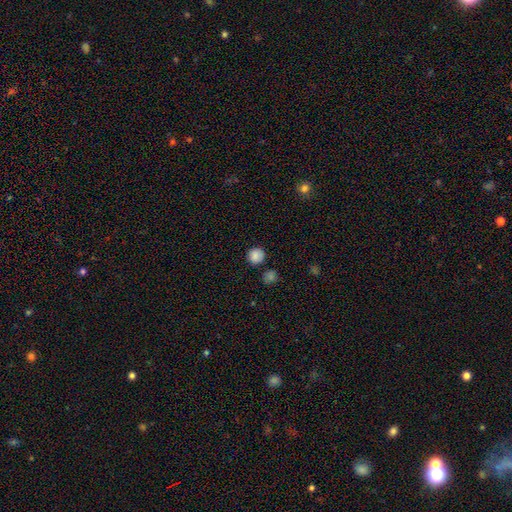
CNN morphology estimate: Q: Smooth or featured?
A: smooth (85%); runner-up: star or artifact (10%)
Q: How rounded?
A: round (89%); runner-up: in between (10%)
Q: Merging?
A: none (82%); runner-up: minor disturbance (11%)